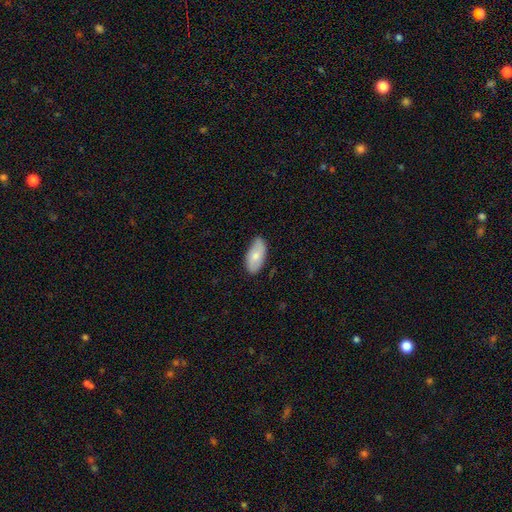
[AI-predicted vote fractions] Smooth or featured: smooth — 73% (featured or disk — 22%)
How rounded: in between — 94% (cigar-shaped — 4%)
Merging: none — 77% (minor disturbance — 19%)